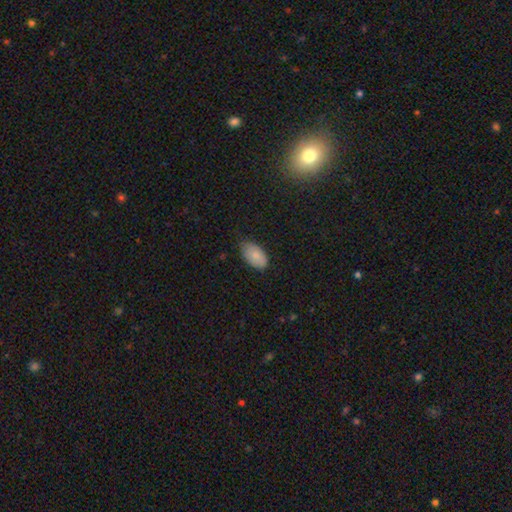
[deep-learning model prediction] Smooth or featured? smooth (83%)
How rounded? in between (94%)
Merging? none (68%)